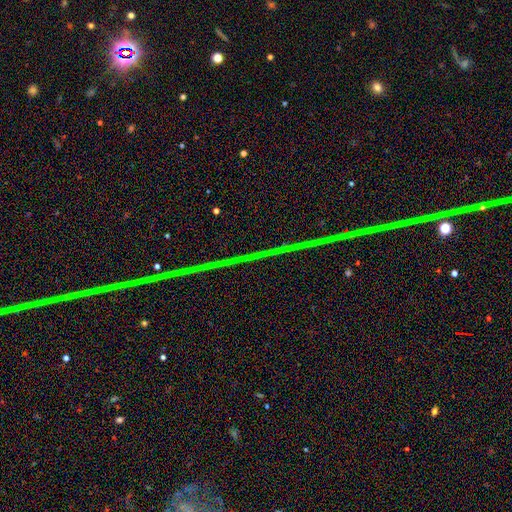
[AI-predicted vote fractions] Smooth or featured? Predicted: star or artifact (p=0.88).